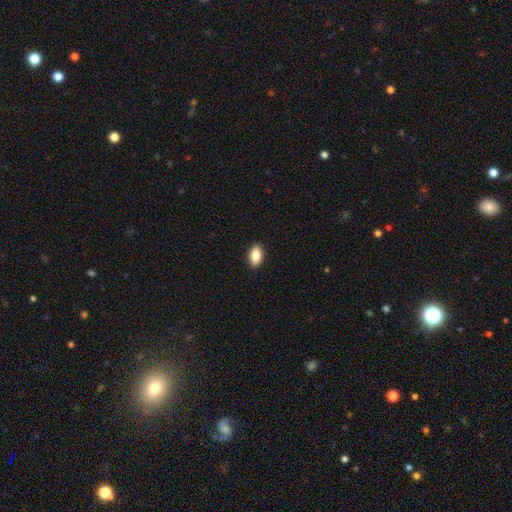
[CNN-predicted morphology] A smooth galaxy with no disk features (84%) that is in between round and cigar-shaped (90%).

Vote fractions:
- Smooth or featured? smooth: 84% / featured or disk: 8% / star or artifact: 7%
- How rounded? in between: 90% / round: 7% / cigar-shaped: 3%
- Merging? none: 91% / minor disturbance: 7% / major disturbance: 2% / merger: 1%